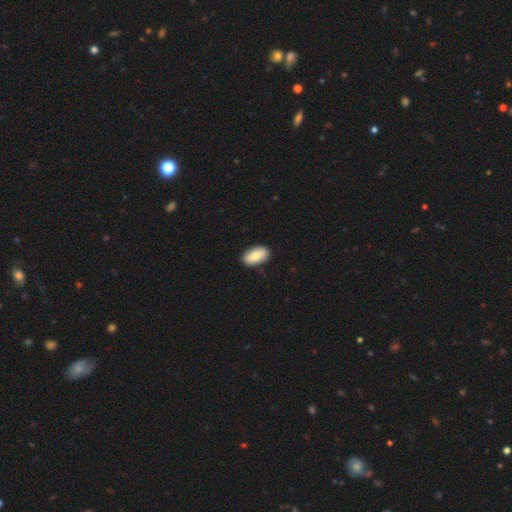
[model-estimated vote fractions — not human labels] smooth_or_featured: smooth (p=0.77) [alt: featured or disk p=0.17]
how_rounded: in between (p=0.94) [alt: round p=0.04]
merging: none (p=0.89) [alt: minor disturbance p=0.08]